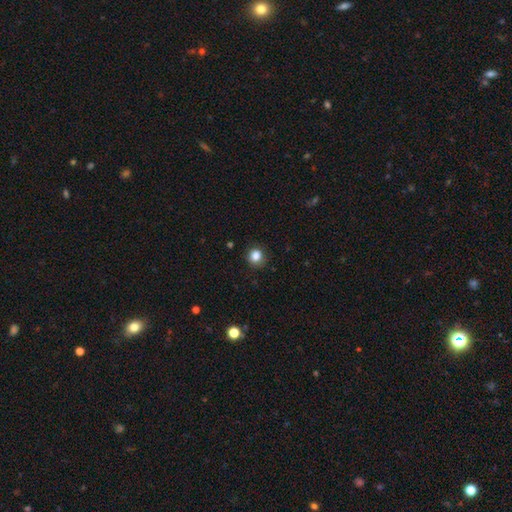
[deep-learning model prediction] Q: Smooth or featured?
A: smooth (85%); runner-up: star or artifact (12%)
Q: How rounded?
A: round (88%); runner-up: in between (12%)
Q: Merging?
A: none (87%); runner-up: minor disturbance (9%)